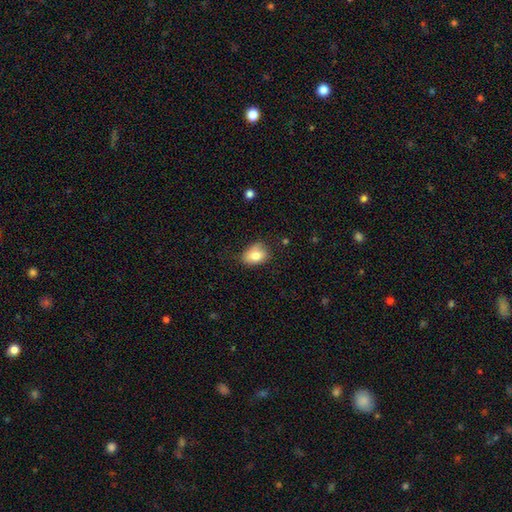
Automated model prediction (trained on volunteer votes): This appears to be a smooth galaxy with no disk features (80%) that is in between round and cigar-shaped (76%). Merging: none (62%).